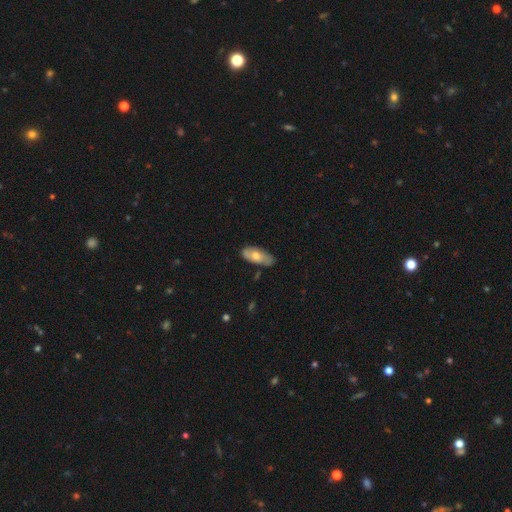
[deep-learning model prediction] Q: Smooth or featured?
A: smooth (59%); runner-up: featured or disk (34%)
Q: How rounded?
A: in between (82%); runner-up: cigar-shaped (15%)
Q: Merging?
A: none (73%); runner-up: minor disturbance (21%)